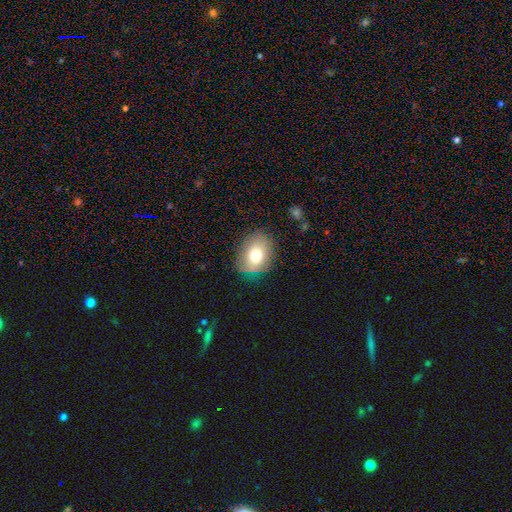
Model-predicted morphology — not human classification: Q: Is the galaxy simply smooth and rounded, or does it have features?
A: smooth — 74%.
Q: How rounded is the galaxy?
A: in between — 64%.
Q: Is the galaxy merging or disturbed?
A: none — 78%.